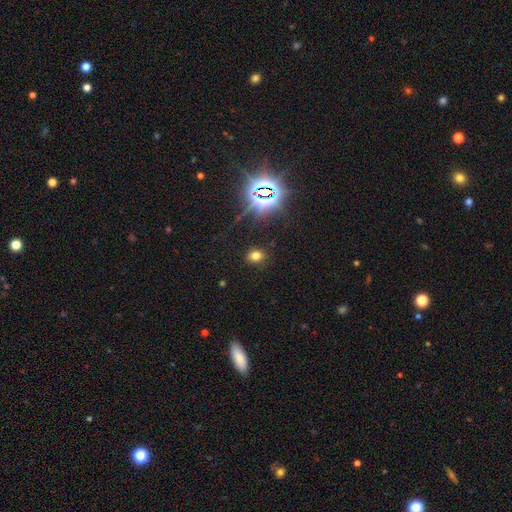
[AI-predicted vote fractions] This appears to be a smooth galaxy with no disk features (68%) that is round (50%). Merging: none (87%).